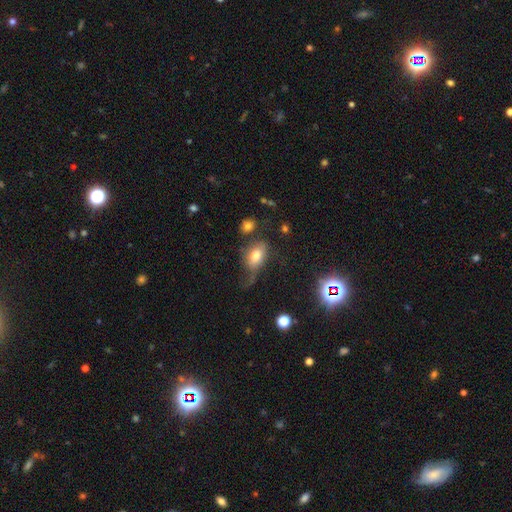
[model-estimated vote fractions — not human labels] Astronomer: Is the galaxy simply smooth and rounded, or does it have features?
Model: smooth — 70%.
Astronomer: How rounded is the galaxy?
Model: in between — 86%.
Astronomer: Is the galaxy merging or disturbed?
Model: none — 36% (runner-up: major disturbance, 30%).